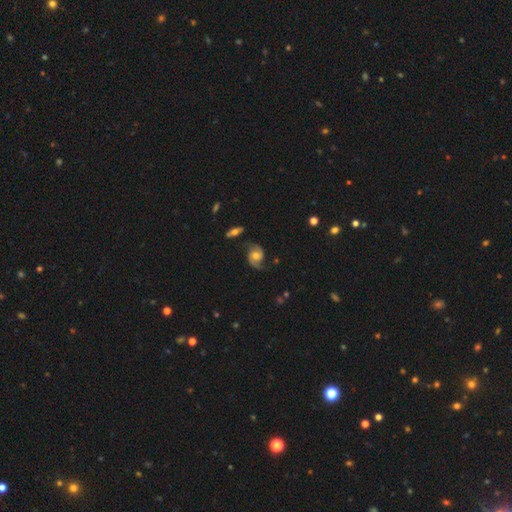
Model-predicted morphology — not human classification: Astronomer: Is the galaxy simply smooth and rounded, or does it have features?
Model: featured or disk — 83%.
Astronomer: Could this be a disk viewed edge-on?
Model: no — 97%.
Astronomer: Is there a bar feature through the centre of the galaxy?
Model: no — 62%.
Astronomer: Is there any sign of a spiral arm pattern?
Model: yes — 96%.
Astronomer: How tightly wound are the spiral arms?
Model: medium — 49% (runner-up: loose, 32%).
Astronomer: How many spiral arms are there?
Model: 2 — 91%.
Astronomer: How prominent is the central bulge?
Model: moderate — 66%.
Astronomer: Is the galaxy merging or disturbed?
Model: none — 74%.